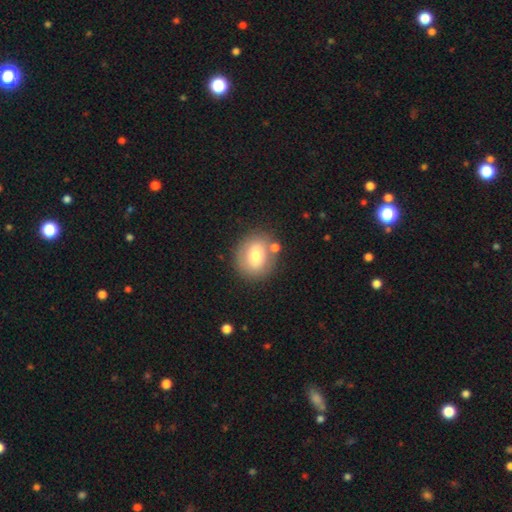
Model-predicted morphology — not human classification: smooth_or_featured: smooth (p=0.67) [alt: featured or disk p=0.24]
how_rounded: round (p=0.69) [alt: in between p=0.30]
merging: none (p=0.76) [alt: minor disturbance p=0.12]